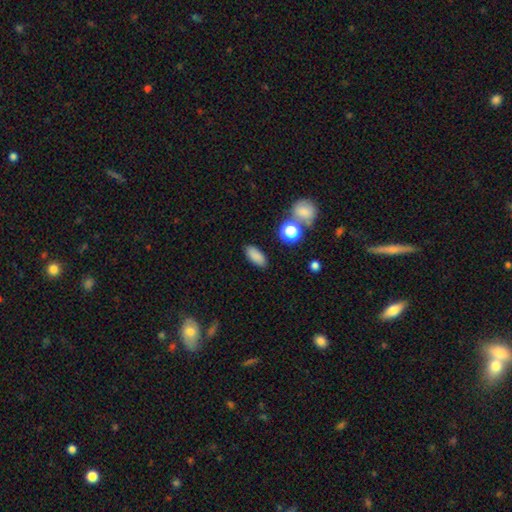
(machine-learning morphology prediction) A smooth galaxy with no disk features (84%) that is in between round and cigar-shaped (84%).

Vote fractions:
- Smooth or featured? smooth: 84% / star or artifact: 10% / featured or disk: 6%
- How rounded? in between: 84% / cigar-shaped: 10% / round: 6%
- Merging? none: 85% / minor disturbance: 9% / merger: 3% / major disturbance: 3%